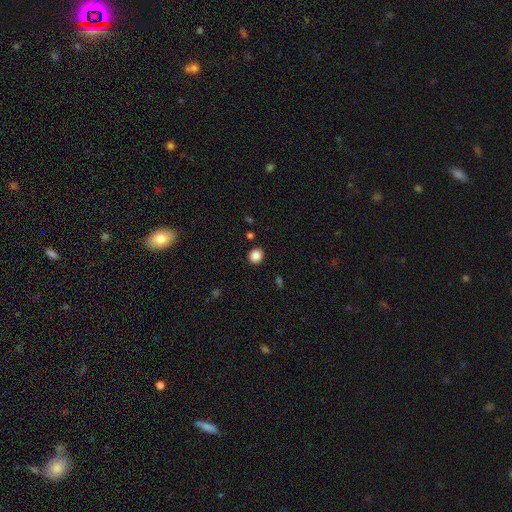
smooth_or_featured: smooth (p=0.90) [alt: featured or disk p=0.08]
how_rounded: round (p=0.80) [alt: in between p=0.17]
merging: none (p=0.84) [alt: minor disturbance p=0.13]